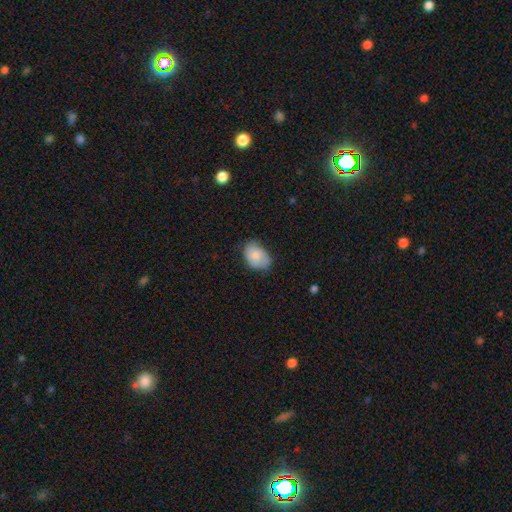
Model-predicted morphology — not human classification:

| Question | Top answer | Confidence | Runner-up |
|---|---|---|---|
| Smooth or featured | smooth | 83% | featured or disk (10%) |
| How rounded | in between | 81% | round (18%) |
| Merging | none | 58% | minor disturbance (34%) |